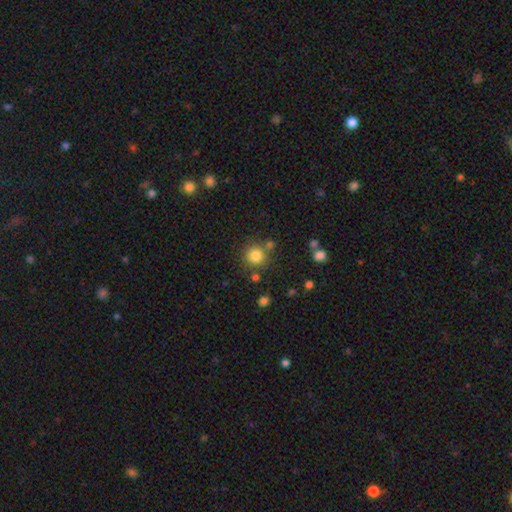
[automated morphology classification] The model was most divided on "merging": none: 78%, minor disturbance: 9%, merger: 9%, major disturbance: 4%. More confident: how rounded — round (93%); smooth or featured — smooth (81%).